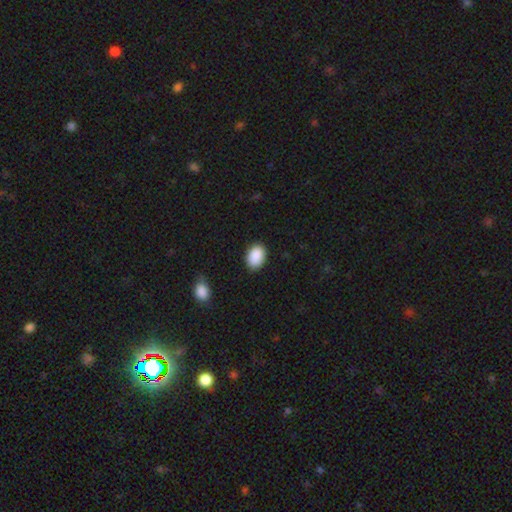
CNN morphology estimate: Overall: smooth (90%). How rounded: in between (81%). Merging: none (86%).